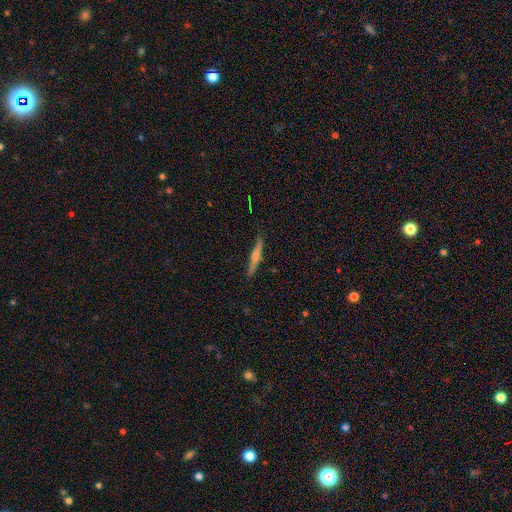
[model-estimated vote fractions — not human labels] Smooth or featured? Predicted: featured or disk (p=0.59). Edge-on disk? Predicted: yes (p=0.97). Edge-on bulge? Predicted: rounded (p=0.77). Merging? Predicted: none (p=0.88).